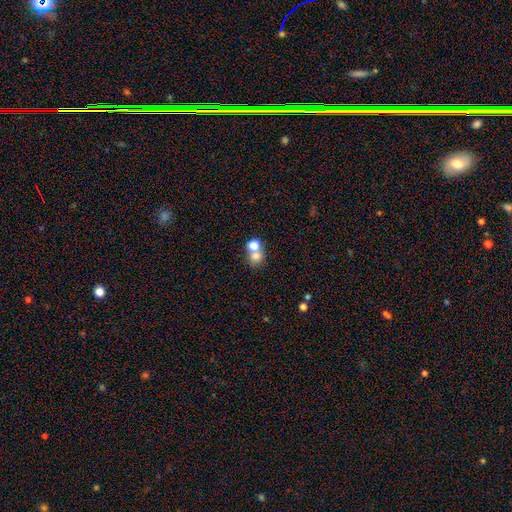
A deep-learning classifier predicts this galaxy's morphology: type=smooth (73%); roundness=round (75%); merging=merger (53%).